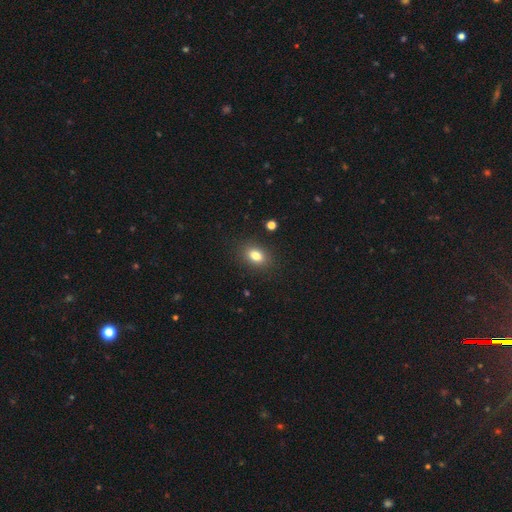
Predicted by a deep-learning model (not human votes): A smooth galaxy with no disk features (82%) that is in between round and cigar-shaped (80%). Merging: none (87%).